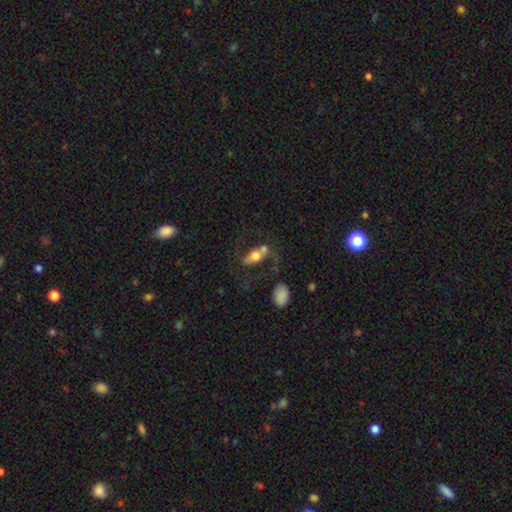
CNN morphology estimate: Smooth or featured? Predicted: smooth (p=0.56). How rounded? Predicted: in between (p=0.78). Merging? Predicted: none (p=0.42).